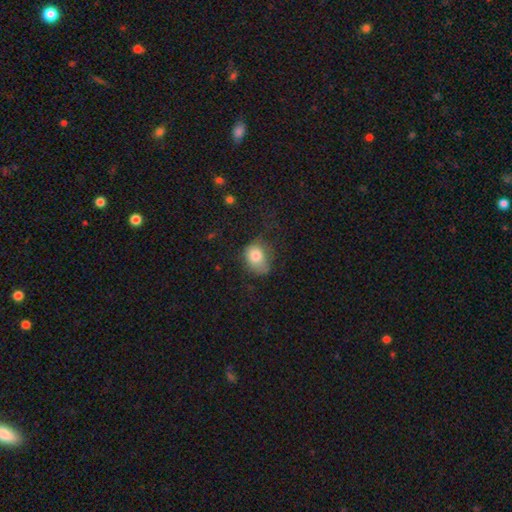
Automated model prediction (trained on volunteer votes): smooth-or-featured: smooth: 79% | featured or disk: 12% | star or artifact: 10%
  how-rounded: in between: 52% | round: 47% | cigar-shaped: 1%
  merging: none: 45% | minor disturbance: 33% | major disturbance: 20% | merger: 2%